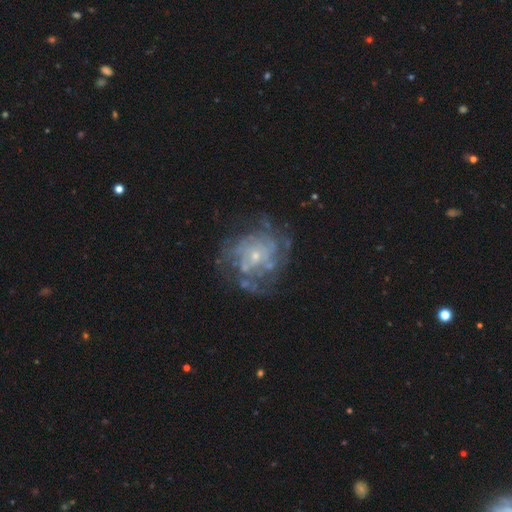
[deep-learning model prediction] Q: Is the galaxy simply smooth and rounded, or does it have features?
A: featured or disk — 80%.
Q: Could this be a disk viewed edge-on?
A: no — 98%.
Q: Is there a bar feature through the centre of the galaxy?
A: no — 77%.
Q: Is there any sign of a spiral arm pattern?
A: yes — 79%.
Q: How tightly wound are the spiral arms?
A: tight — 57%.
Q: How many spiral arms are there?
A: can't tell — 50%.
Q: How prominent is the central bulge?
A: small — 75%.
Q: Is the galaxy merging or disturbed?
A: none — 63%.